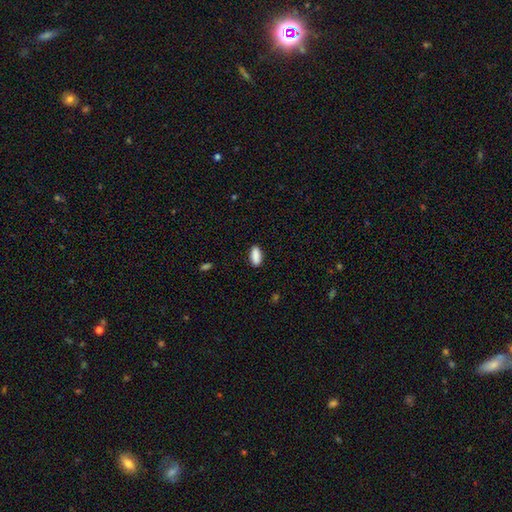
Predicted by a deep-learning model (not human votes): This is clearly a smooth galaxy (89%). How rounded: clearly in between (80%). Merging: clearly none (87%).